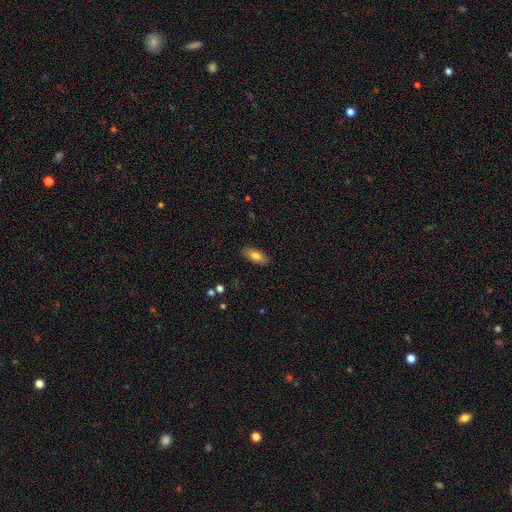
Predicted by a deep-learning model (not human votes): Morphology: type=smooth (77%); roundness=in between (85%); merging=none (88%).